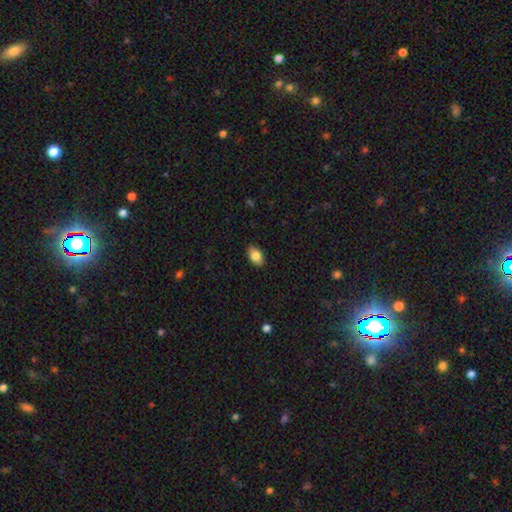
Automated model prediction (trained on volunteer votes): Smooth or featured? Predicted: smooth (p=0.85). How rounded? Predicted: in between (p=0.87). Merging? Predicted: none (p=0.88).